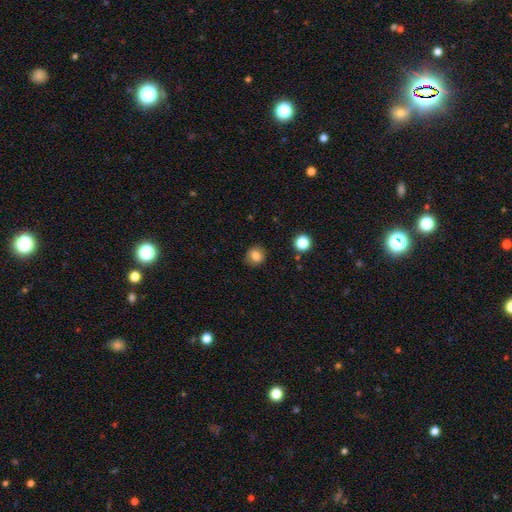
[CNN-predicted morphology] Smooth or featured? smooth (81%)
How rounded? round (78%)
Merging? none (82%)